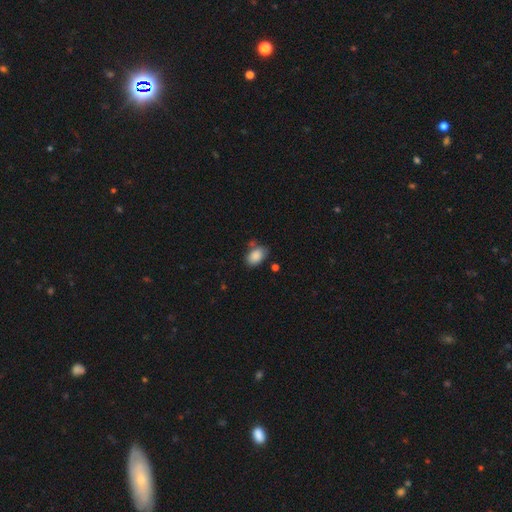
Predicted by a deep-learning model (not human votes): A smooth galaxy with no disk features (87%) that is in between round and cigar-shaped (86%).

Vote fractions:
- Smooth or featured? smooth: 87% / star or artifact: 8% / featured or disk: 5%
- How rounded? in between: 86% / round: 13% / cigar-shaped: 1%
- Merging? none: 66% / minor disturbance: 21% / merger: 8% / major disturbance: 5%